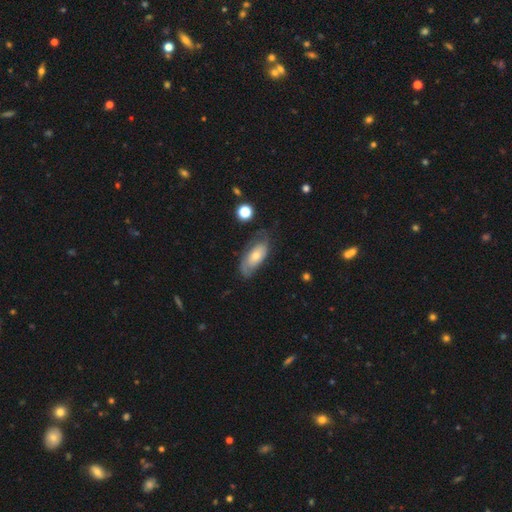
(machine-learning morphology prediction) Smooth or featured: smooth — 52% (featured or disk — 41%)
How rounded: in between — 85% (cigar-shaped — 12%)
Merging: none — 55% (minor disturbance — 29%)